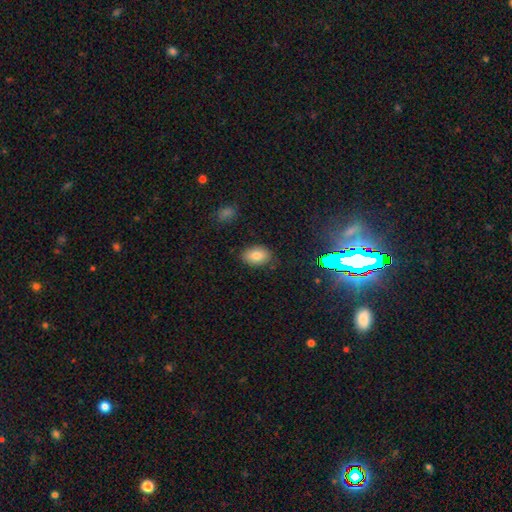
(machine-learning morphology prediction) This appears to be a smooth galaxy with no disk features (81%) that is in between round and cigar-shaped (86%). Merging: none (84%).